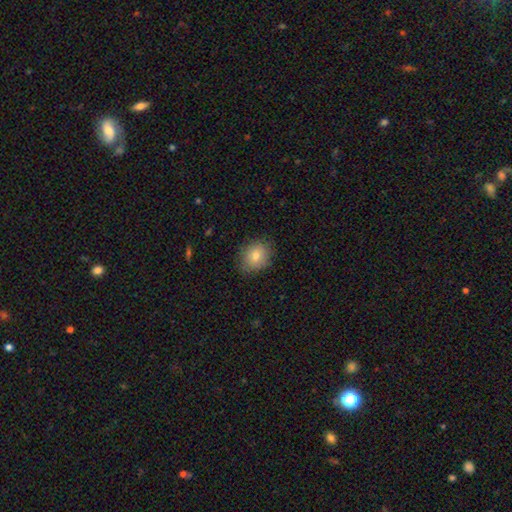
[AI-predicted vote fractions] Q: Smooth or featured?
A: smooth (79%); runner-up: featured or disk (11%)
Q: How rounded?
A: round (61%); runner-up: in between (38%)
Q: Merging?
A: none (84%); runner-up: minor disturbance (12%)